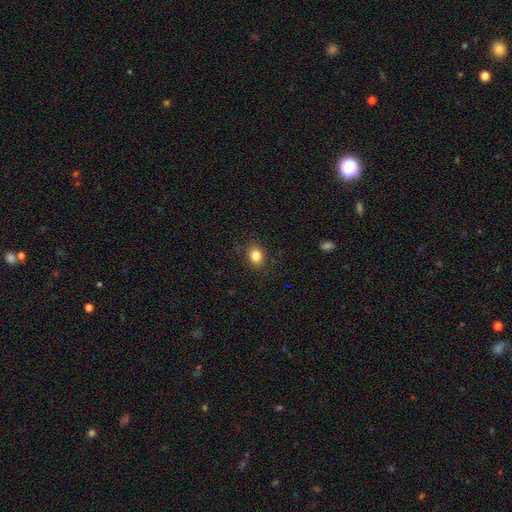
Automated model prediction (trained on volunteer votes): A smooth galaxy with no disk features (84%) that is in between round and cigar-shaped (56%). Merging: none (87%).